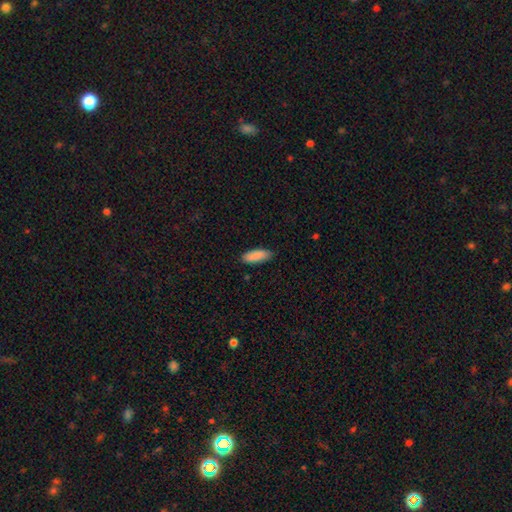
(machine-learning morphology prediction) Smooth or featured: smooth — 90% (star or artifact — 6%)
How rounded: in between — 70% (cigar-shaped — 28%)
Merging: none — 87% (minor disturbance — 10%)